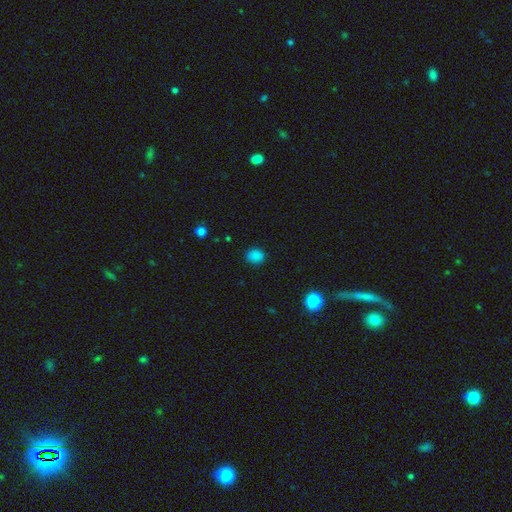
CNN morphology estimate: A smooth galaxy with no disk features (84%) that is round (66%).

Vote fractions:
- Smooth or featured? smooth: 84% / star or artifact: 13% / featured or disk: 3%
- How rounded? round: 66% / in between: 33% / cigar-shaped: 1%
- Merging? none: 87% / minor disturbance: 9% / major disturbance: 2% / merger: 1%